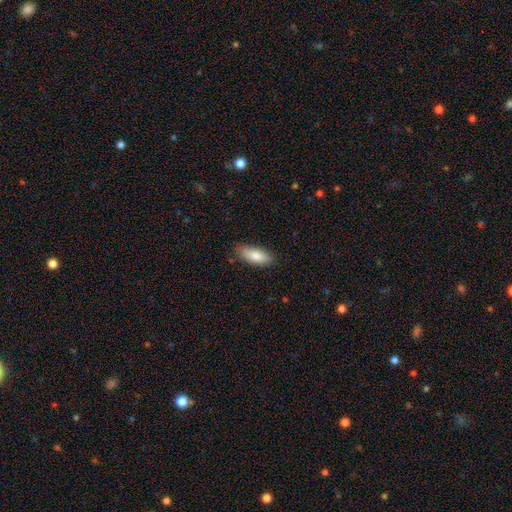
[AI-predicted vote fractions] Smooth or featured? smooth (82%)
How rounded? in between (76%)
Merging? none (83%)